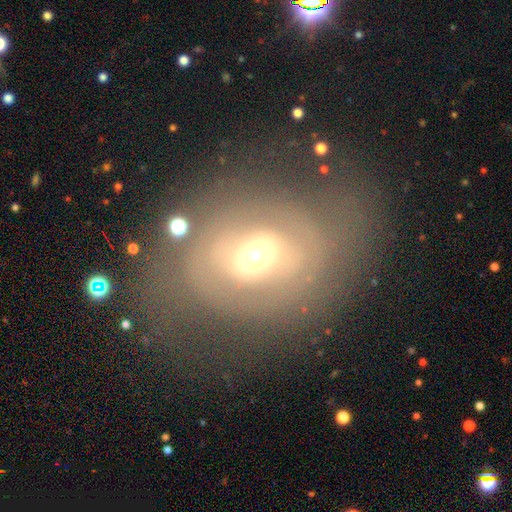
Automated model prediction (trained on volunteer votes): Overall: featured or disk (58%; smooth 31%). Edge-on disk: no (94%). Bar: no (69%). Spiral arms: no (61%; yes 39%). Bulge size: moderate (47%; small 41%). Merging: none (62%).